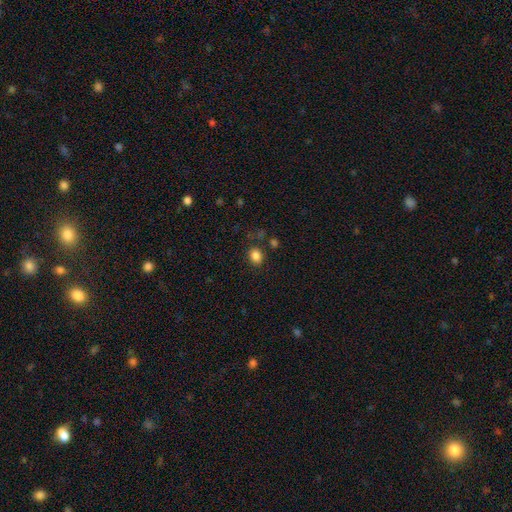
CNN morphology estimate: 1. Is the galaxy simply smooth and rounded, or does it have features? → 84% smooth, 12% star or artifact, 4% featured or disk.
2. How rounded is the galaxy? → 60% round, 39% in between, 1% cigar-shaped.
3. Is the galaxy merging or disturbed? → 81% none, 10% minor disturbance, 5% merger, 4% major disturbance.